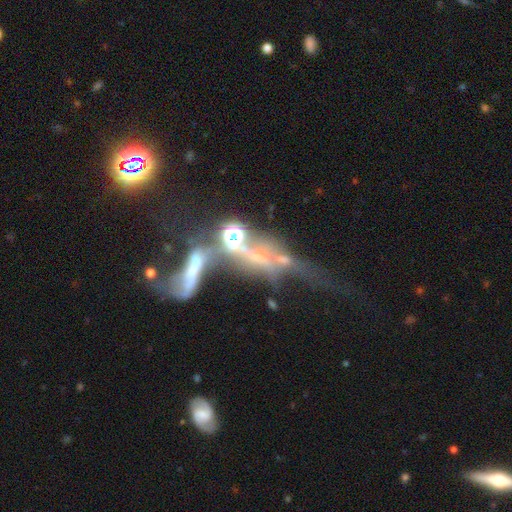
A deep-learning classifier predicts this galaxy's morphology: Smooth or featured: featured or disk — 53% (star or artifact — 26%)
Edge-on disk: no — 71% (yes — 29%)
Merging: merger — 57% (major disturbance — 24%)